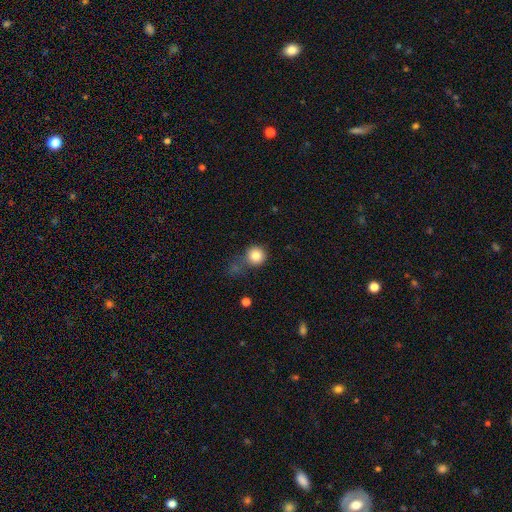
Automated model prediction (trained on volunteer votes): This appears to be a smooth galaxy with no disk features (83%) that is round (93%). Merging: none (65%).